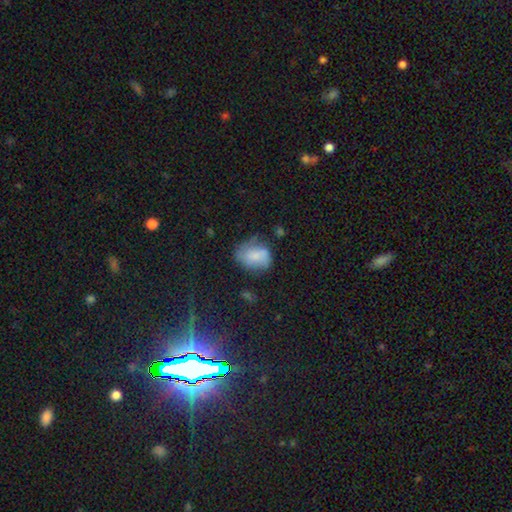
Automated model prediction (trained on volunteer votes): Smooth or featured: smooth — 66% (featured or disk — 25%)
How rounded: in between — 65% (round — 34%)
Merging: none — 44% (minor disturbance — 33%)